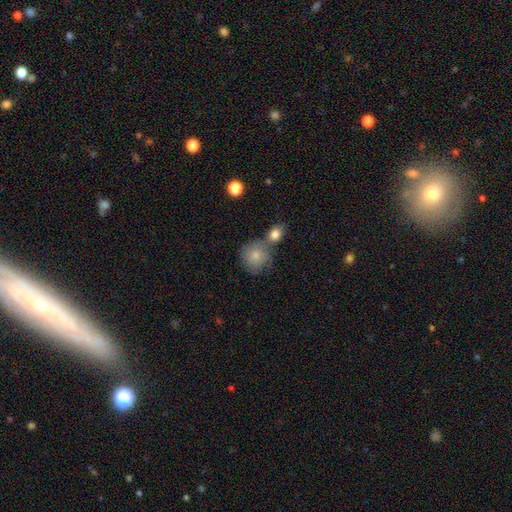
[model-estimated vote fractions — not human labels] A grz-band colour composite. It shows a smooth galaxy with no disk features (78%) that is round (83%). Merging: none (45%).